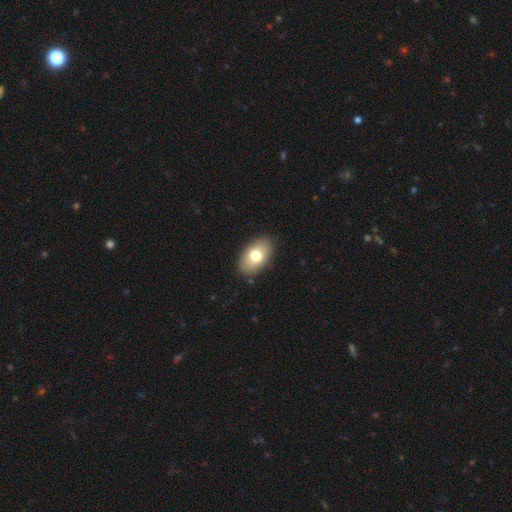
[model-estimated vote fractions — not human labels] Smooth or featured?
  - smooth: 75% *
  - featured or disk: 18%
  - star or artifact: 7%
How rounded?
  - in between: 92% *
  - round: 6%
  - cigar-shaped: 1%
Merging?
  - none: 88% *
  - minor disturbance: 9%
  - major disturbance: 2%
  - merger: 1%